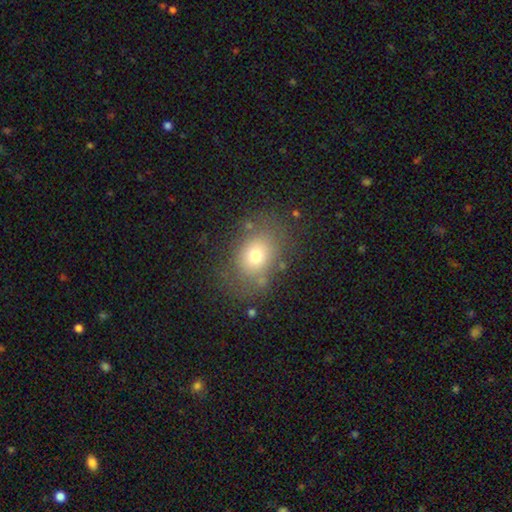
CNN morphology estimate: This appears to be a smooth galaxy with no disk features (70%) that is in between round and cigar-shaped (58%). Merging: none (73%).